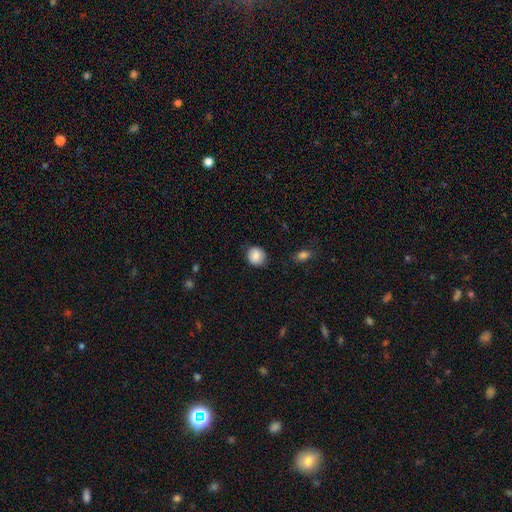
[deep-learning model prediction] The model was most divided on "merging": none: 84%, minor disturbance: 12%, major disturbance: 3%, merger: 1%. More confident: how rounded — round (86%); smooth or featured — smooth (86%).